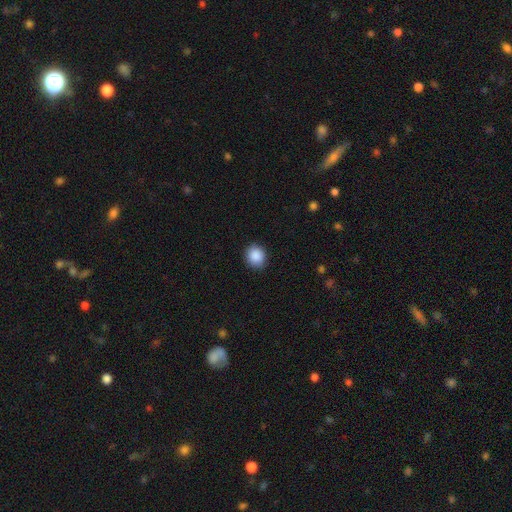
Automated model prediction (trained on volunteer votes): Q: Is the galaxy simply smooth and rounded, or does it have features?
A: smooth — 89%.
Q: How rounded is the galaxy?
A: round — 80%.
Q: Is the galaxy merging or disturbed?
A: none — 89%.